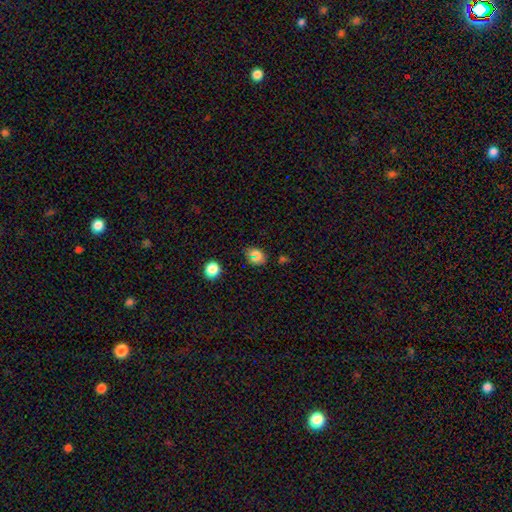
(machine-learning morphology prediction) The model was most divided on "how rounded": in between: 52%, round: 46%, cigar-shaped: 2%. More confident: merging — none (84%); smooth or featured — smooth (65%).